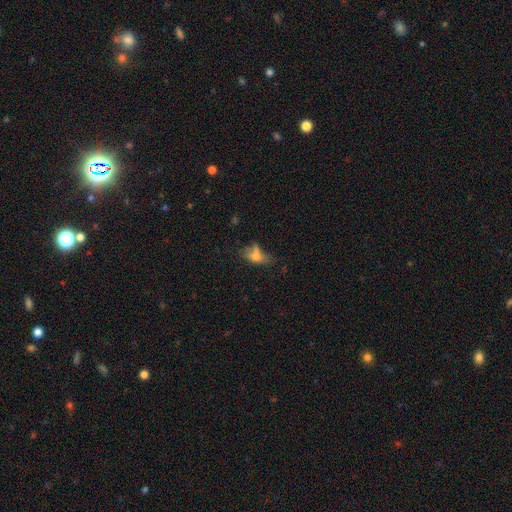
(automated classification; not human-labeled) Smooth or featured? smooth (56%)
How rounded? in between (73%)
Merging? none (36%)